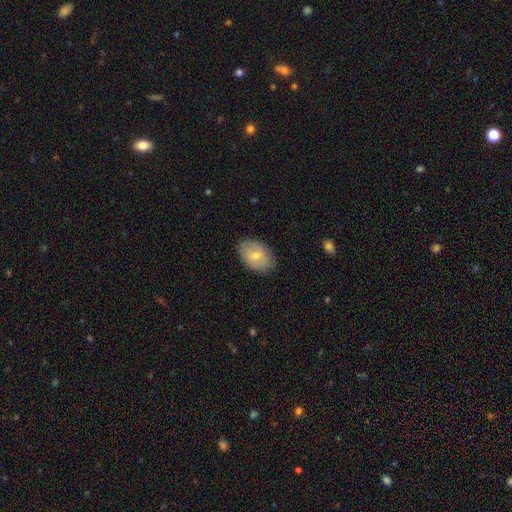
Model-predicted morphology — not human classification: Smooth or featured: smooth — 64% (featured or disk — 30%)
How rounded: in between — 83% (round — 16%)
Merging: none — 81% (minor disturbance — 15%)